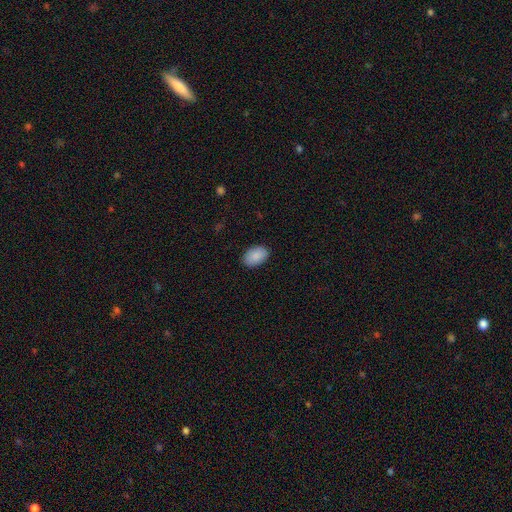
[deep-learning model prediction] Morphology: type=smooth (90%); roundness=in between (91%); merging=none (89%).